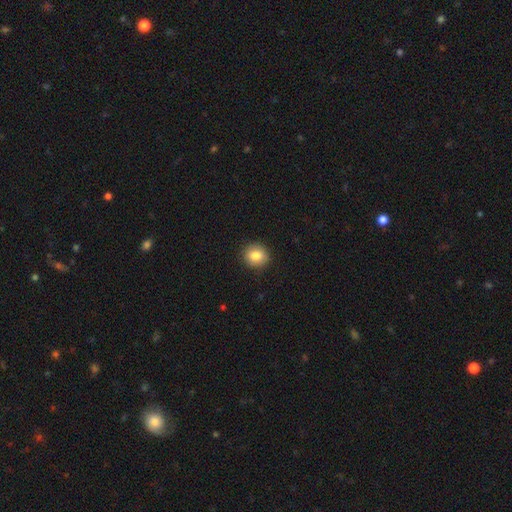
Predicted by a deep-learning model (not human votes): smooth 84%, star or artifact 9%, featured or disk 8%. Down the decision tree: how rounded — round (83%); merging — none (89%).